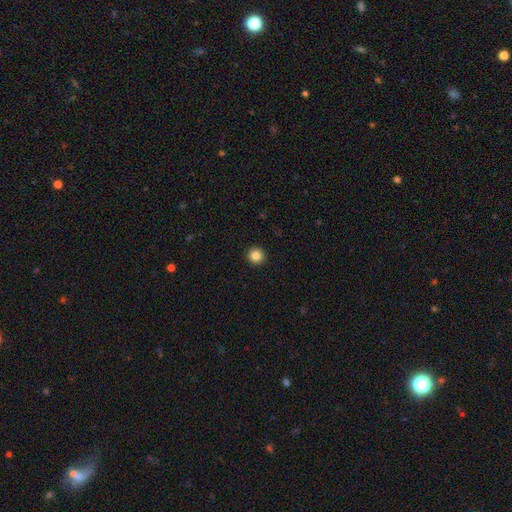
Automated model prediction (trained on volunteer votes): A smooth galaxy with no disk features (84%) that is round (95%). Merging: none (94%).